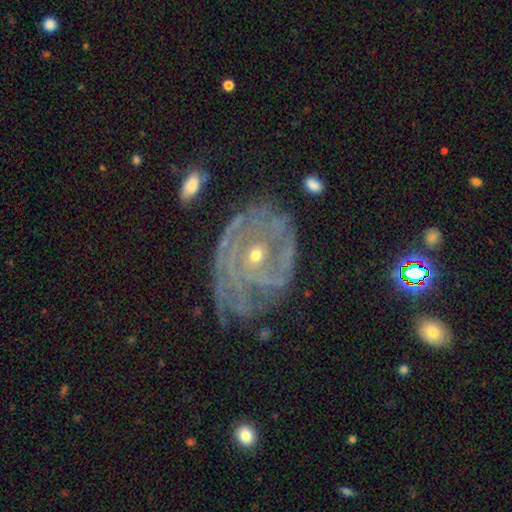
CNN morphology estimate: smooth_or_featured: featured or disk (p=0.85) [alt: smooth p=0.08]
disk_edge_on: no (p=0.96) [alt: yes p=0.04]
bar: no (p=0.74) [alt: weak p=0.19]
has_spiral_arms: yes (p=0.88) [alt: no p=0.12]
spiral_winding: tight (p=0.70) [alt: medium p=0.23]
spiral_arm_count: can't tell (p=0.40) [alt: 2 p=0.16]
bulge_size: small (p=0.66) [alt: moderate p=0.31]
merging: none (p=0.56) [alt: minor disturbance p=0.25]